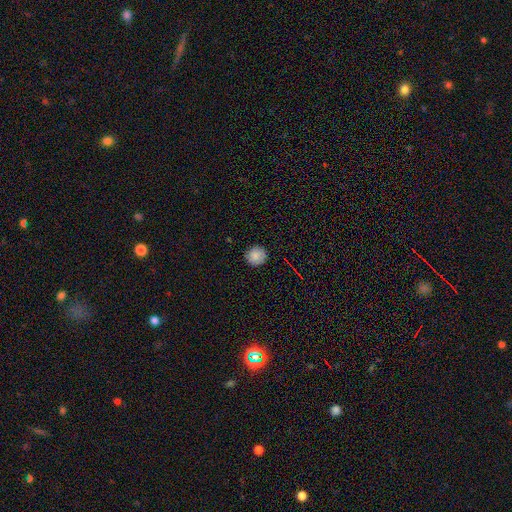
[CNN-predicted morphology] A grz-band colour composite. It shows a smooth galaxy with no disk features (86%) that is round (94%). Merging: none (89%).